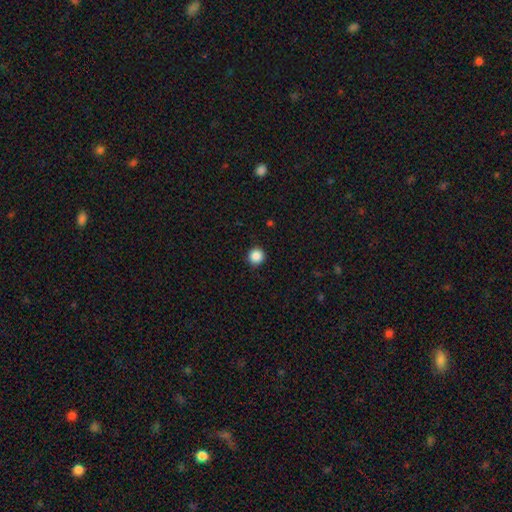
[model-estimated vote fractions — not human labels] Smooth or featured: smooth — 87% (star or artifact — 10%)
How rounded: round — 94% (in between — 5%)
Merging: none — 91% (minor disturbance — 6%)